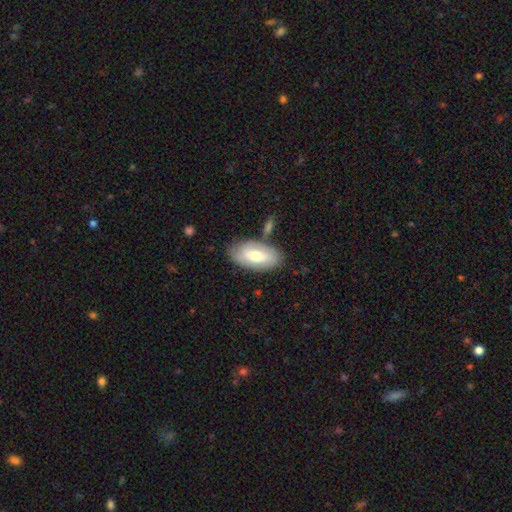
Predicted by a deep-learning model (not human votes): This is likely a smooth galaxy (61%). How rounded: clearly in between (93%). Merging: likely none (73%).